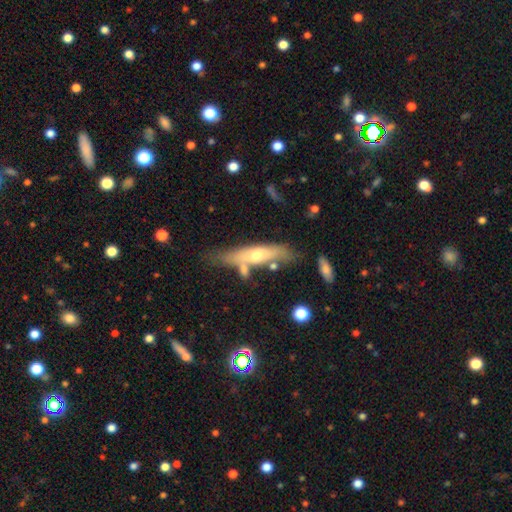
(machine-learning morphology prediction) The model was most divided on "smooth or featured": featured or disk: 51%, smooth: 42%, star or artifact: 7%. More confident: edge-on disk — yes (74%); merging — none (61%).